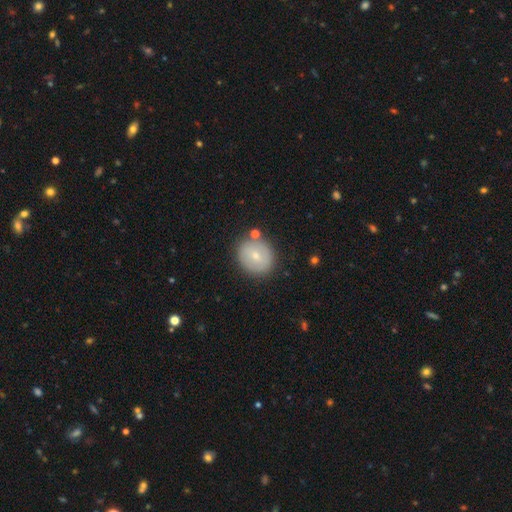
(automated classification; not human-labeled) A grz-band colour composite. It shows a smooth galaxy with no disk features (63%) that is round (79%). Merging: none (82%).